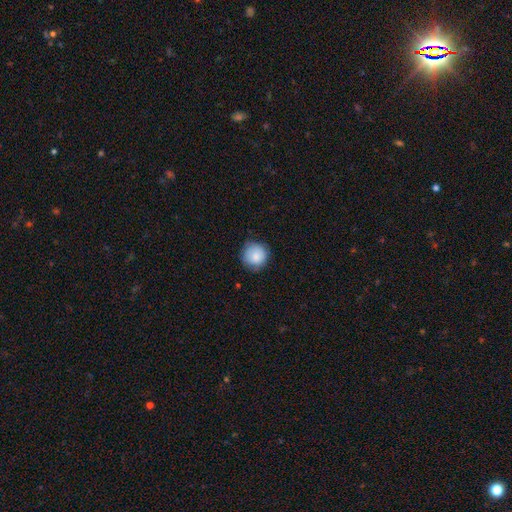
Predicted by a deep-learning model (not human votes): Morphology: type=smooth (85%); roundness=round (94%); merging=none (80%).